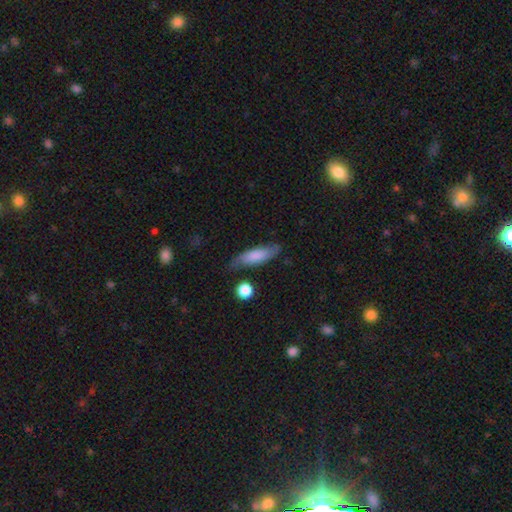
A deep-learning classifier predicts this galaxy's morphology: smooth_or_featured: smooth (p=0.68) [alt: featured or disk p=0.25]
how_rounded: in between (p=0.51) [alt: cigar-shaped p=0.46]
merging: none (p=0.69) [alt: minor disturbance p=0.22]